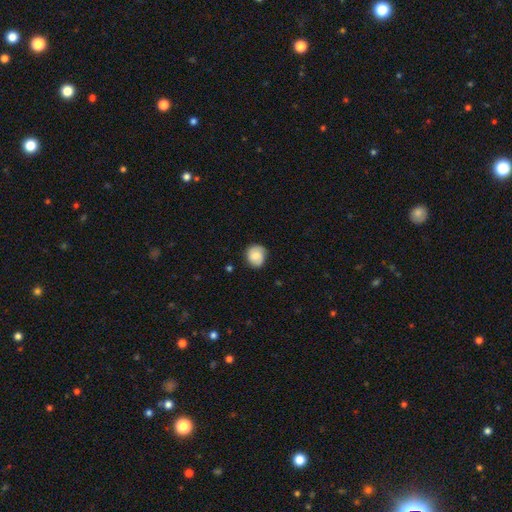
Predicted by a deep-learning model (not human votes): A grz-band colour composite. It shows a smooth galaxy with no disk features (61%) that is round (76%). Merging: none (73%).